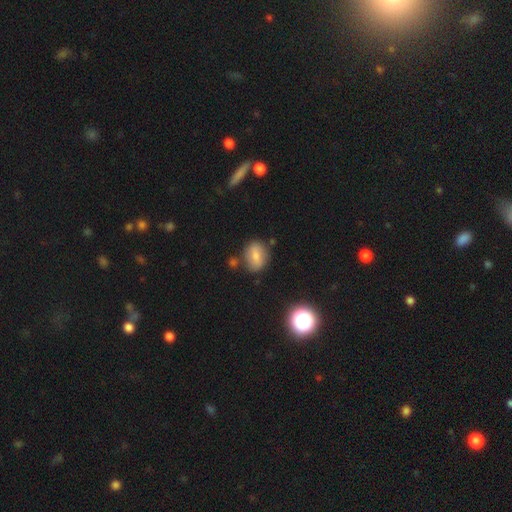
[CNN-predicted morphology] smooth 68%, featured or disk 22%, star or artifact 10%. Down the decision tree: how rounded — in between (59%); merging — none (76%).